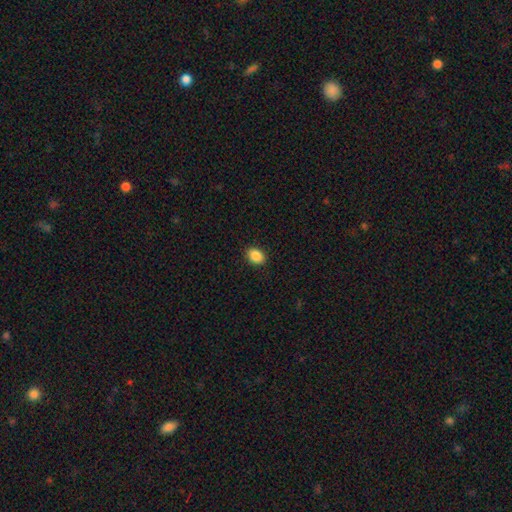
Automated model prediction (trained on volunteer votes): Overall: smooth (89%). How rounded: in between (64%; round 35%). Merging: none (90%).